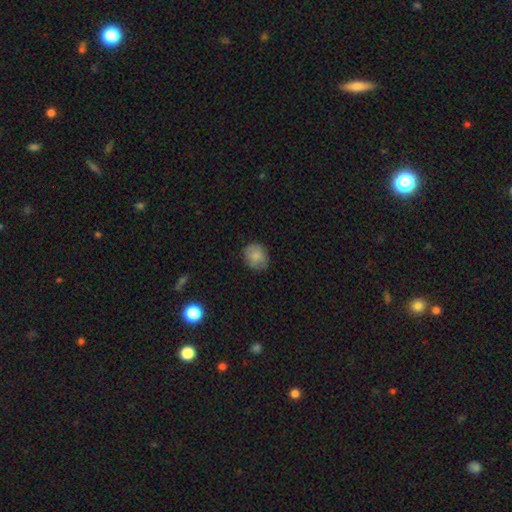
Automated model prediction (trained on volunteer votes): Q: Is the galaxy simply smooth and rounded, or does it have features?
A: smooth — 81%.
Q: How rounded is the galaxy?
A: round — 67%.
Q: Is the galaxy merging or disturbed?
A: none — 76%.